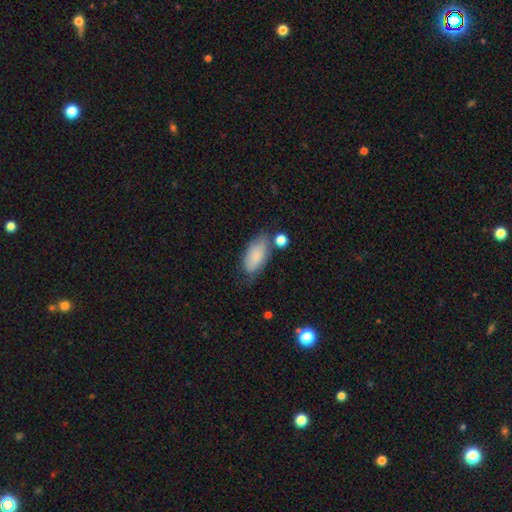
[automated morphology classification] type=smooth (83%); roundness=in between (91%); merging=none (59%).